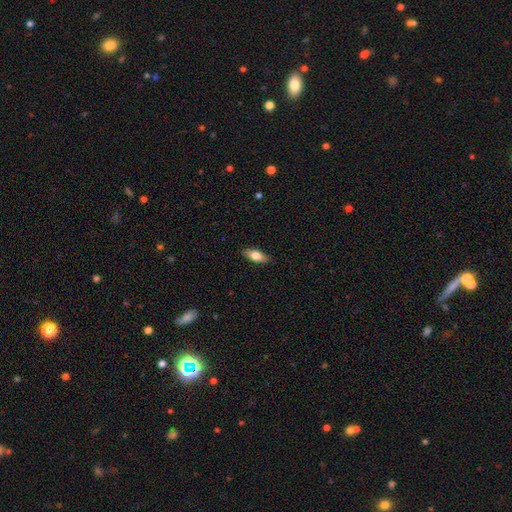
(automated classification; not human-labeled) Morphology: type=smooth (74%); roundness=in between (78%); merging=none (88%).